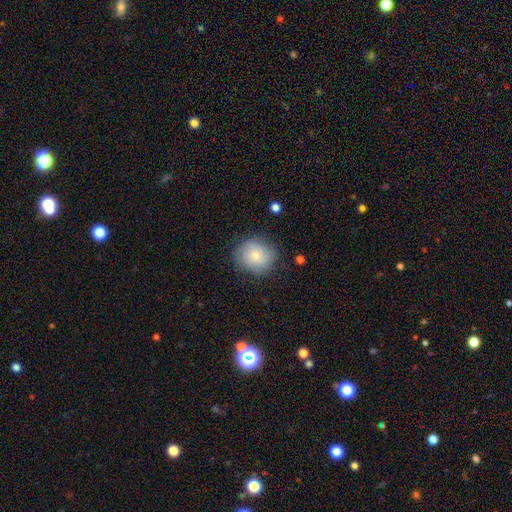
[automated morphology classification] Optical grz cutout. It shows a smooth galaxy with no disk features (75%) that is round (79%). Merging: none (77%).